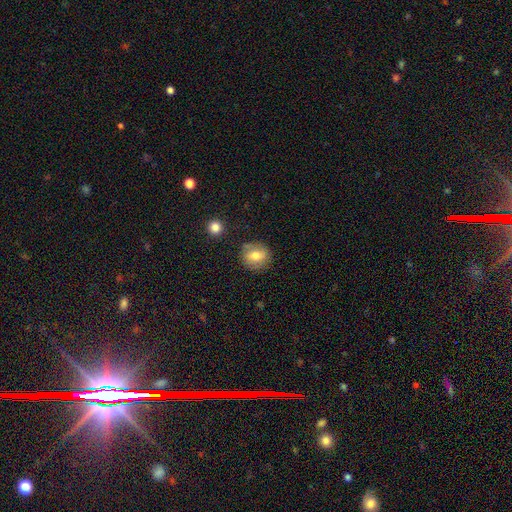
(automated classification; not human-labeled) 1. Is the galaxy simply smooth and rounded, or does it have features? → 71% smooth, 20% featured or disk, 9% star or artifact.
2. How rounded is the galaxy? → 80% round, 19% in between, 1% cigar-shaped.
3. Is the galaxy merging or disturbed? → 80% none, 14% minor disturbance, 4% major disturbance, 3% merger.